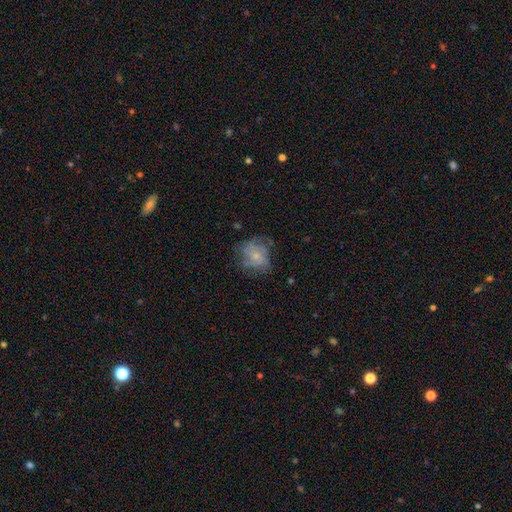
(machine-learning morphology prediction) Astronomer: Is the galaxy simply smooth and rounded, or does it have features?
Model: featured or disk — 49% (runner-up: smooth, 41%).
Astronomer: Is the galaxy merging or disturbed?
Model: none — 56%.